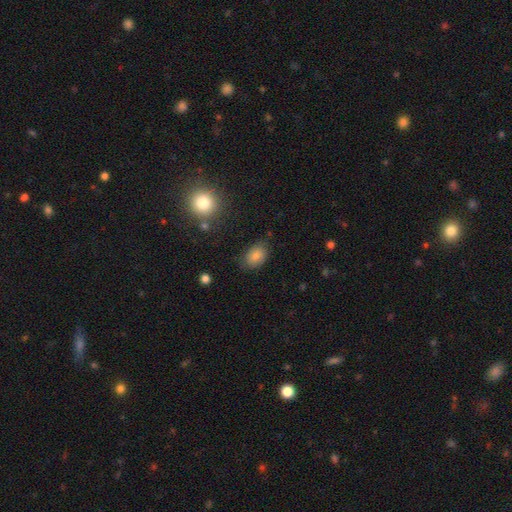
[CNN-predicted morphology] A smooth galaxy with no disk features (82%) that is in between round and cigar-shaped (80%).

Vote fractions:
- Smooth or featured? smooth: 82% / star or artifact: 10% / featured or disk: 8%
- How rounded? in between: 80% / round: 19% / cigar-shaped: 1%
- Merging? none: 73% / minor disturbance: 20% / major disturbance: 5% / merger: 2%